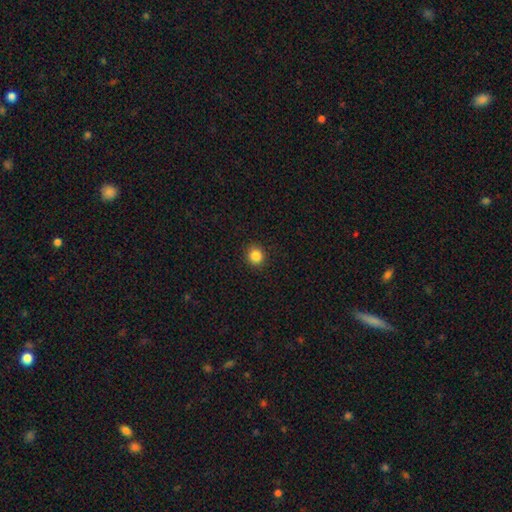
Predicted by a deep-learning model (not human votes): A smooth galaxy with no disk features (85%) that is round (89%).

Vote fractions:
- Smooth or featured? smooth: 85% / star or artifact: 11% / featured or disk: 4%
- How rounded? round: 89% / in between: 11% / cigar-shaped: 1%
- Merging? none: 92% / minor disturbance: 5% / major disturbance: 2% / merger: 1%